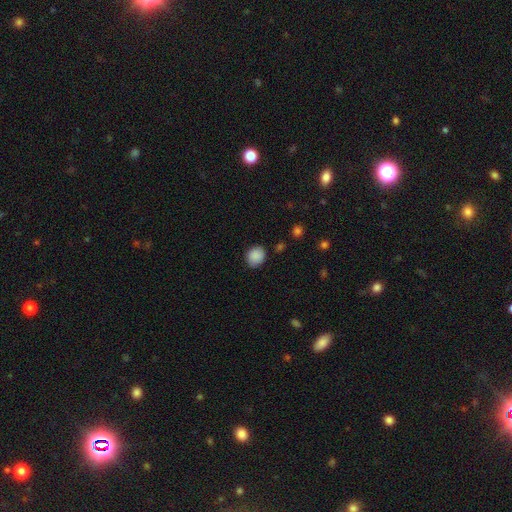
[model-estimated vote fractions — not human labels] smooth 88%, star or artifact 8%, featured or disk 3%. Down the decision tree: how rounded — round (72%); merging — none (81%).